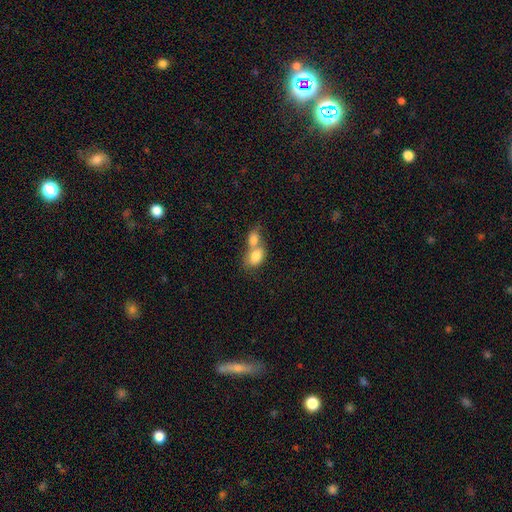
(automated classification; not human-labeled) Morphology: type=smooth (79%); roundness=in between (76%); merging=merger (73%).